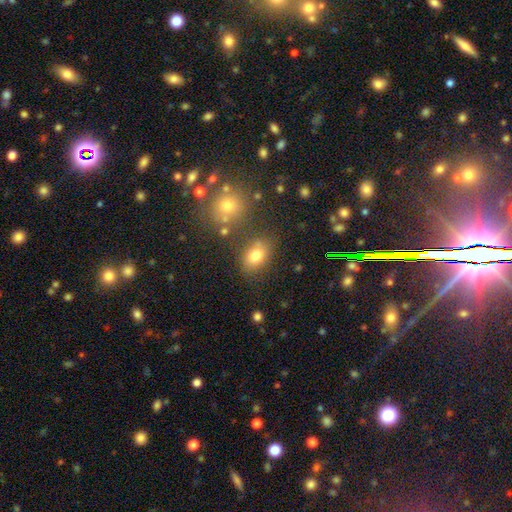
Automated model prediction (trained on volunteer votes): smooth 77%, star or artifact 12%, featured or disk 11%. Down the decision tree: how rounded — in between (73%); merging — none (72%).